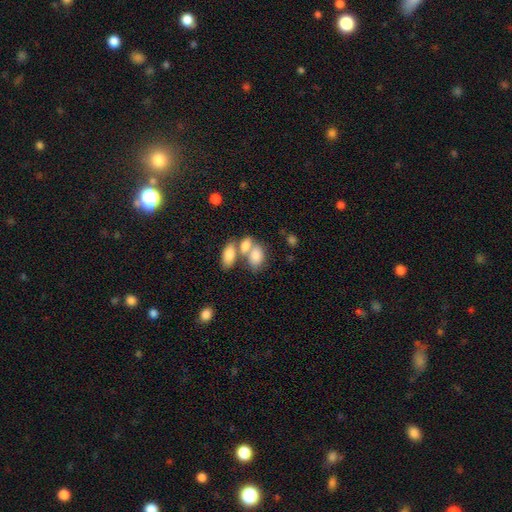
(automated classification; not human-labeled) A smooth galaxy with no disk features (78%) that is in between round and cigar-shaped (87%).

Vote fractions:
- Smooth or featured? smooth: 78% / featured or disk: 15% / star or artifact: 8%
- How rounded? in between: 87% / round: 11% / cigar-shaped: 2%
- Merging? merger: 57% / none: 28% / minor disturbance: 10% / major disturbance: 5%